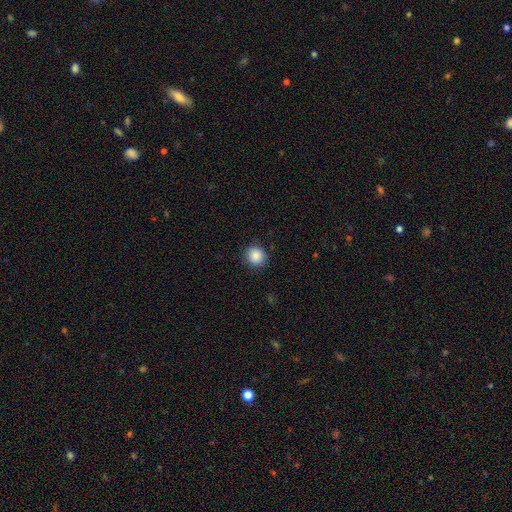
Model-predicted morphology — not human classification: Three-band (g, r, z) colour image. It shows a smooth galaxy with no disk features (88%) that is round (87%). Merging: none (89%).